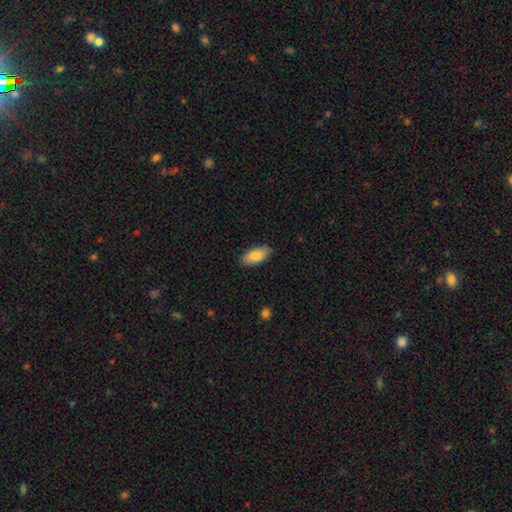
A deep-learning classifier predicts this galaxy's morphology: Q: Smooth or featured?
A: smooth (84%); runner-up: featured or disk (10%)
Q: How rounded?
A: in between (89%); runner-up: cigar-shaped (9%)
Q: Merging?
A: none (86%); runner-up: minor disturbance (11%)